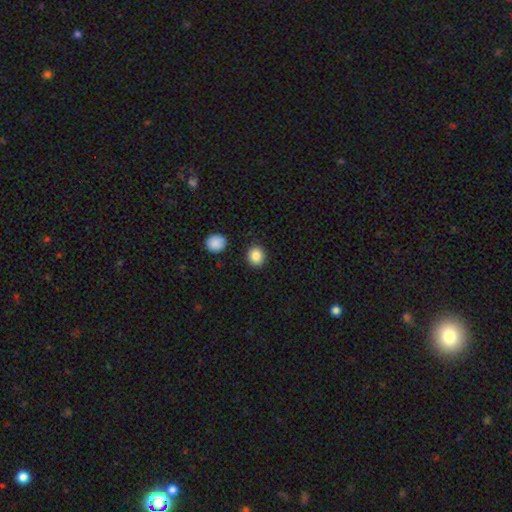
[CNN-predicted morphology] Q: Smooth or featured?
A: smooth (87%); runner-up: star or artifact (9%)
Q: How rounded?
A: round (77%); runner-up: in between (23%)
Q: Merging?
A: none (89%); runner-up: minor disturbance (6%)